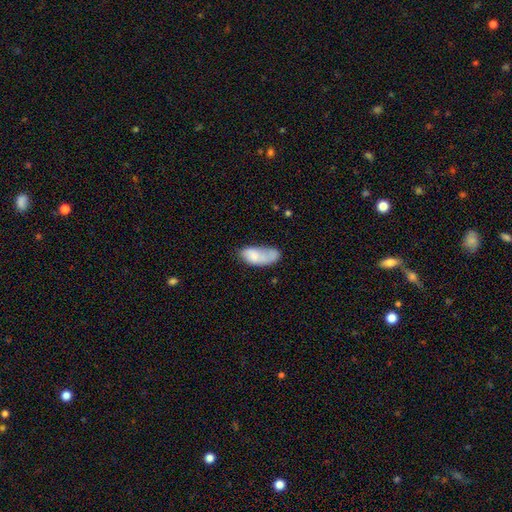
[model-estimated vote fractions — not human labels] A smooth galaxy with no disk features (73%) that is in between round and cigar-shaped (89%).

Vote fractions:
- Smooth or featured? smooth: 73% / featured or disk: 21% / star or artifact: 7%
- How rounded? in between: 89% / cigar-shaped: 9% / round: 2%
- Merging? none: 34% / minor disturbance: 31% / major disturbance: 21% / merger: 14%